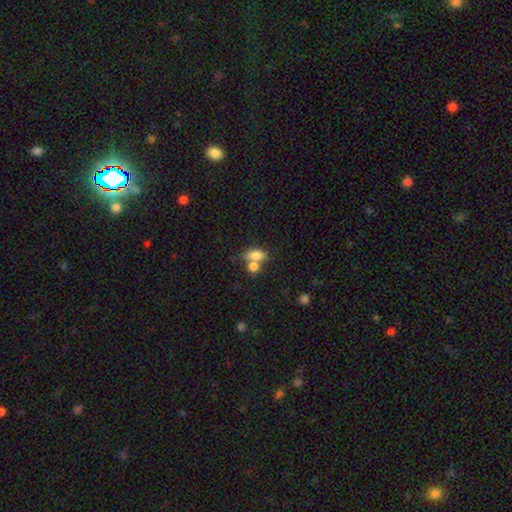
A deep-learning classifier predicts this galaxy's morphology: A smooth galaxy with no disk features (78%) that is in between round and cigar-shaped (81%). Merging: merger (47%).